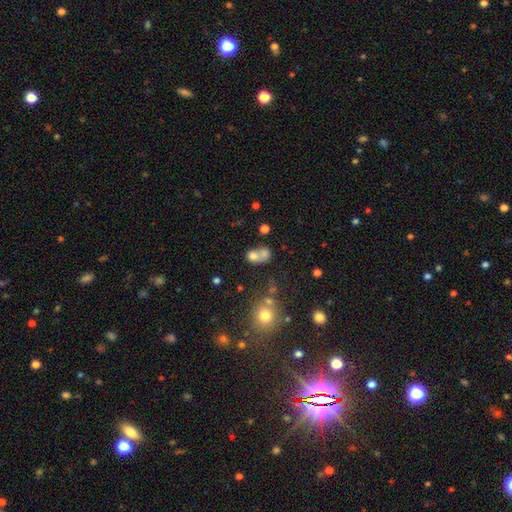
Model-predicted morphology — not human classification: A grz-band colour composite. It shows a smooth galaxy with no disk features (70%) that is round (58%). Merging: merger (58%).